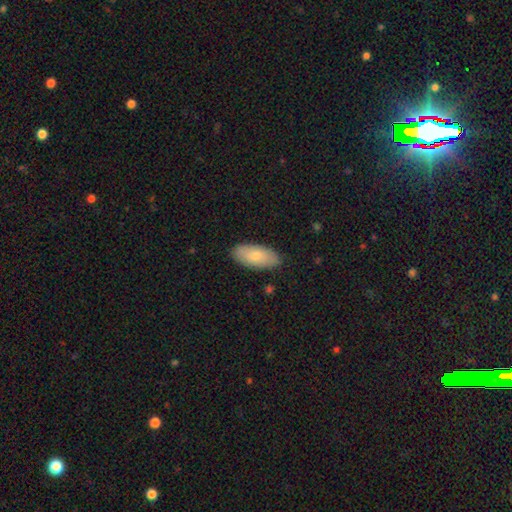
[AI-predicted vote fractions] Smooth or featured: smooth — 77% (featured or disk — 17%)
How rounded: in between — 91% (cigar-shaped — 7%)
Merging: none — 87% (minor disturbance — 10%)